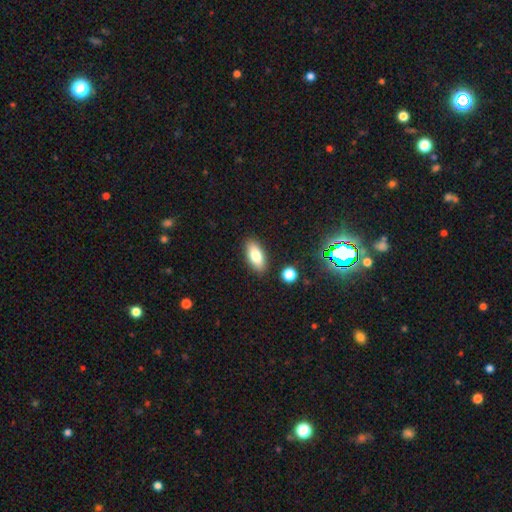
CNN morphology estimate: Smooth or featured? Predicted: smooth (p=0.78). How rounded? Predicted: in between (p=0.86). Merging? Predicted: none (p=0.87).